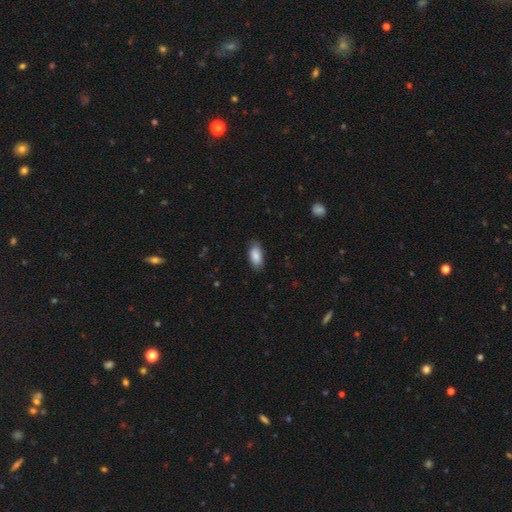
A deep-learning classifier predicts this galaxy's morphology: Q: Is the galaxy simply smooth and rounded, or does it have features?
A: smooth — 87%.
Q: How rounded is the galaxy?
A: in between — 91%.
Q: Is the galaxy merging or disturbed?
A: none — 82%.